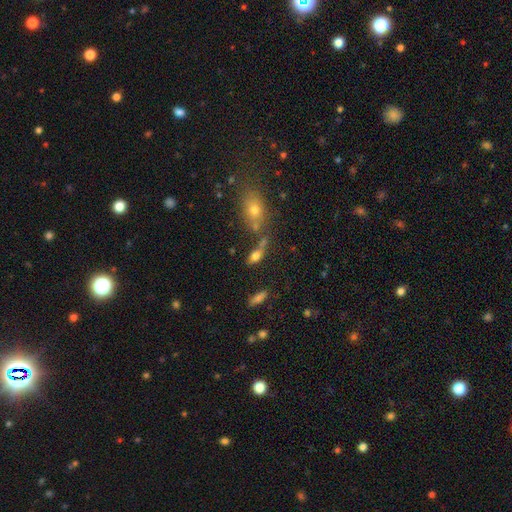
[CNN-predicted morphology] smooth_or_featured: smooth (p=0.68) [alt: featured or disk p=0.19]
how_rounded: in between (p=0.72) [alt: cigar-shaped p=0.19]
merging: none (p=0.46) [alt: merger p=0.26]